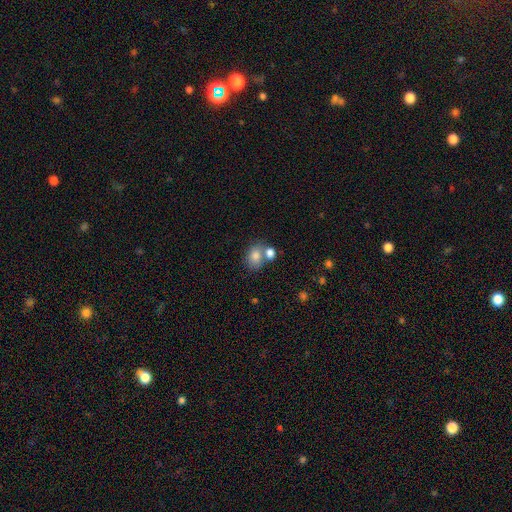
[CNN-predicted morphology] Smooth or featured? Predicted: smooth (p=0.81). How rounded? Predicted: in between (p=0.60). Merging? Predicted: none (p=0.48).